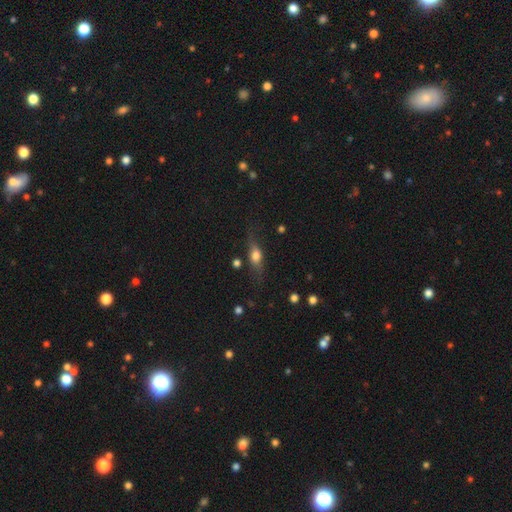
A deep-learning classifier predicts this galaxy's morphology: Smooth or featured: smooth — 54% (featured or disk — 37%)
How rounded: in between — 56% (cigar-shaped — 32%)
Merging: none — 66% (minor disturbance — 22%)